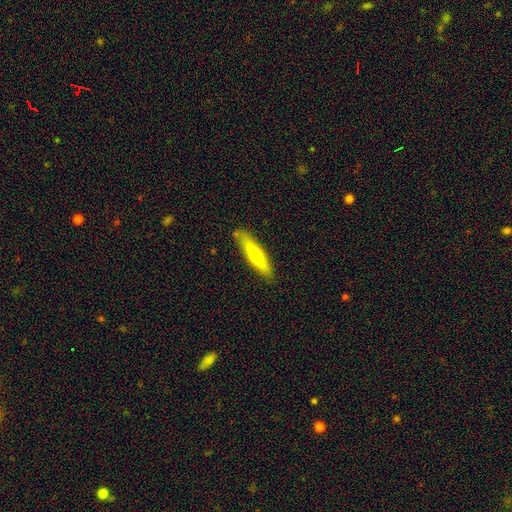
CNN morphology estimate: Smooth or featured: smooth — 56% (featured or disk — 38%)
How rounded: cigar-shaped — 83% (in between — 15%)
Merging: none — 85% (minor disturbance — 11%)